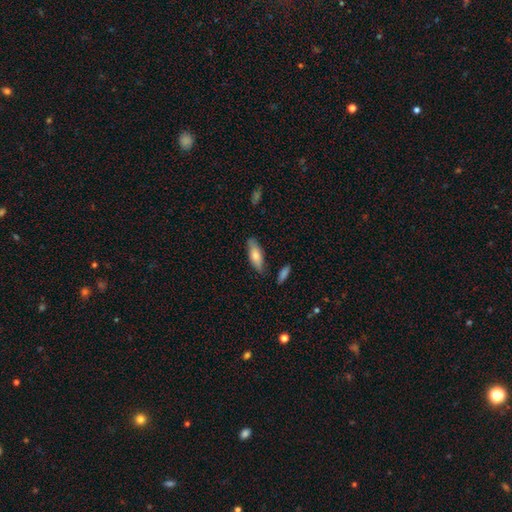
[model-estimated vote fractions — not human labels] This appears to be a smooth galaxy with no disk features (73%) that is in between round and cigar-shaped (59%). Merging: none (80%).